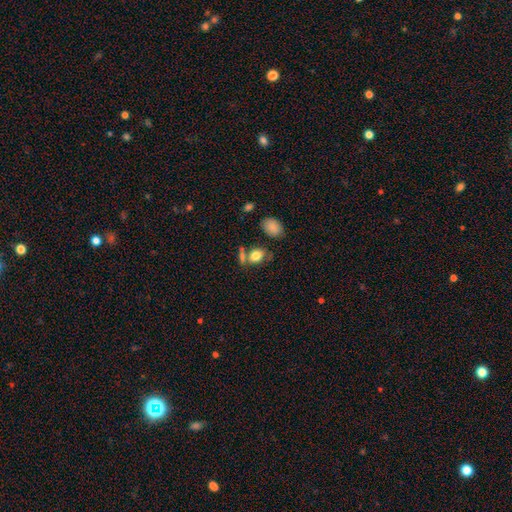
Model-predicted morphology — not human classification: This appears to be a smooth galaxy with no disk features (78%) that is in between round and cigar-shaped (72%). Merging: none (53%).